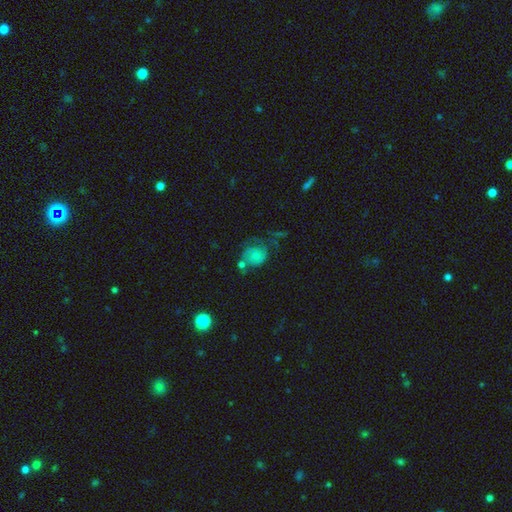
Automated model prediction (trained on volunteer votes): smooth-or-featured: smooth: 58% | featured or disk: 31% | star or artifact: 11%
  how-rounded: round: 68% | in between: 31% | cigar-shaped: 1%
  merging: none: 35% | major disturbance: 25% | minor disturbance: 24% | merger: 16%